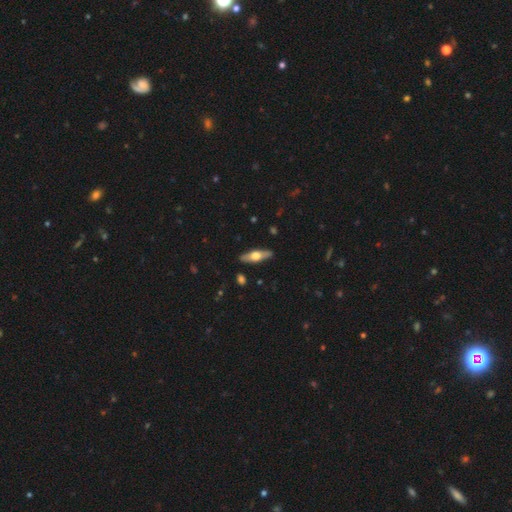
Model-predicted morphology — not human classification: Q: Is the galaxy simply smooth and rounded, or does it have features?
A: featured or disk — 51%.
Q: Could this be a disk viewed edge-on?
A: yes — 87%.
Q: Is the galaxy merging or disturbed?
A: none — 89%.